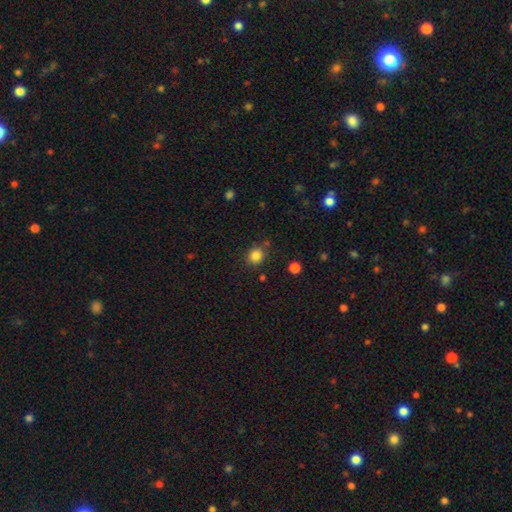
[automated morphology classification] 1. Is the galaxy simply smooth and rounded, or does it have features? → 84% smooth, 11% star or artifact, 4% featured or disk.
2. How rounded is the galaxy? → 80% round, 19% in between, 1% cigar-shaped.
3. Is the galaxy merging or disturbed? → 77% none, 14% minor disturbance, 6% merger, 4% major disturbance.